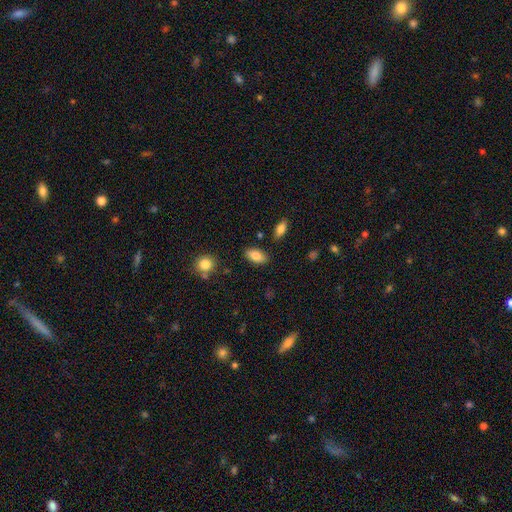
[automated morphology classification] Smooth or featured? Predicted: smooth (p=0.84). How rounded? Predicted: in between (p=0.91). Merging? Predicted: none (p=0.83).